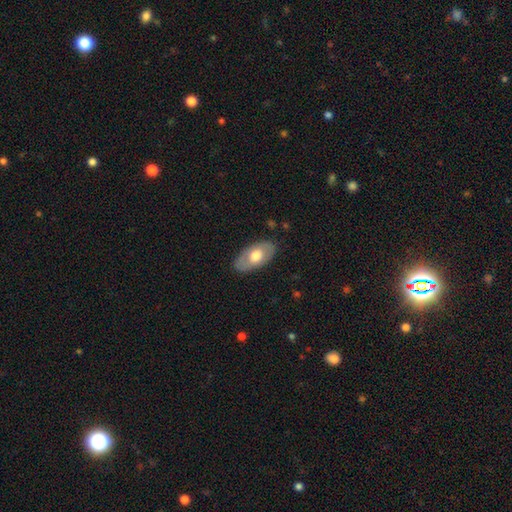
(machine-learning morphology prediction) Q: Smooth or featured?
A: smooth (60%); runner-up: featured or disk (35%)
Q: How rounded?
A: in between (93%); runner-up: round (4%)
Q: Merging?
A: none (82%); runner-up: minor disturbance (13%)